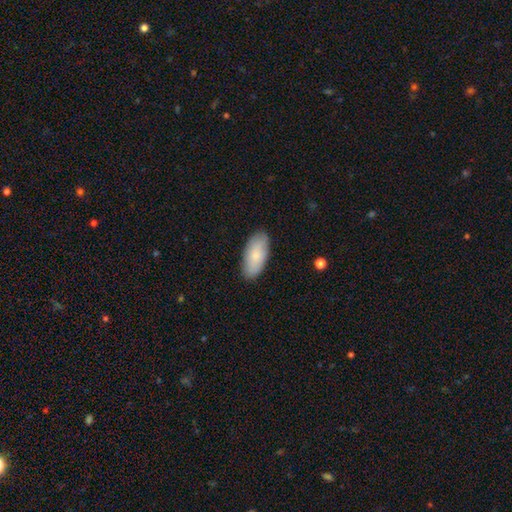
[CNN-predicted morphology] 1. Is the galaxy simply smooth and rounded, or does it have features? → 81% smooth, 13% featured or disk, 6% star or artifact.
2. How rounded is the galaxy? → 91% in between, 7% cigar-shaped, 2% round.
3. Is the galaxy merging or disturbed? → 87% none, 10% minor disturbance, 2% major disturbance, 1% merger.